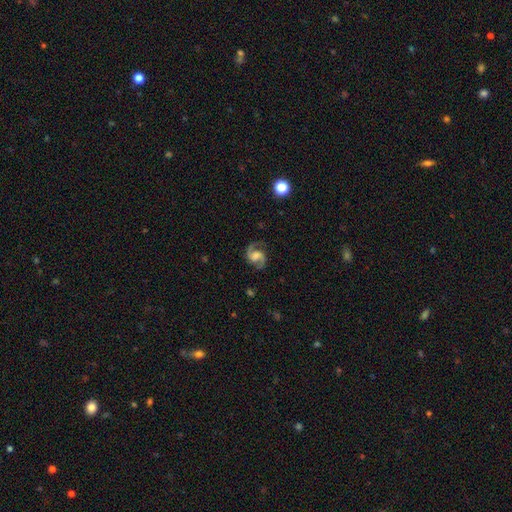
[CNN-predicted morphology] Smooth or featured? featured or disk (88%)
Edge-on disk? no (98%)
Bar? weak (45%)
Spiral arms? yes (98%)
Spiral winding? medium (57%)
Spiral arm count? 2 (93%)
Bulge size? moderate (34%)
Merging? none (79%)